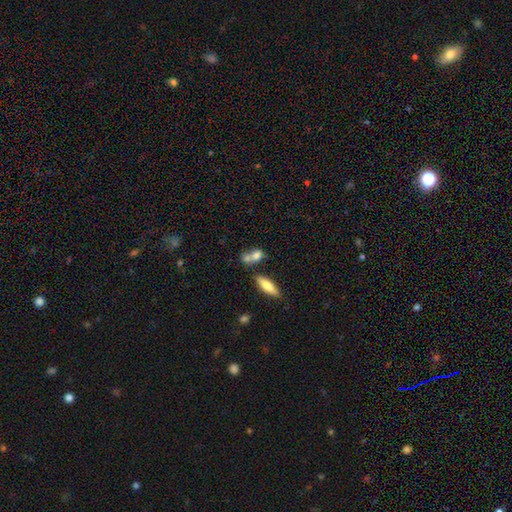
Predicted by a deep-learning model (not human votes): Morphology: type=smooth (75%); roundness=in between (59%); merging=merger (48%).